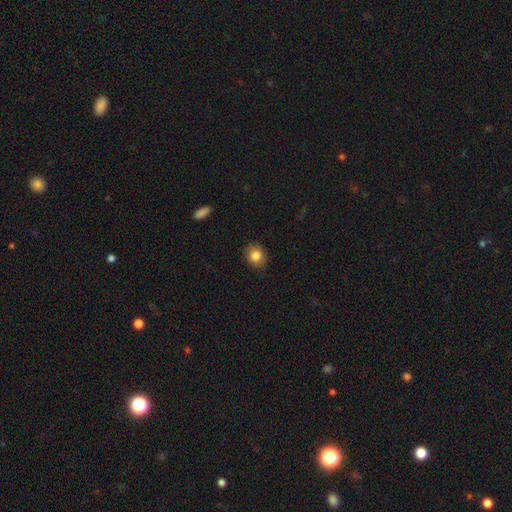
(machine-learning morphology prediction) The model was most divided on "how rounded": round: 66%, in between: 33%, cigar-shaped: 1%. More confident: merging — none (88%); smooth or featured — smooth (83%).